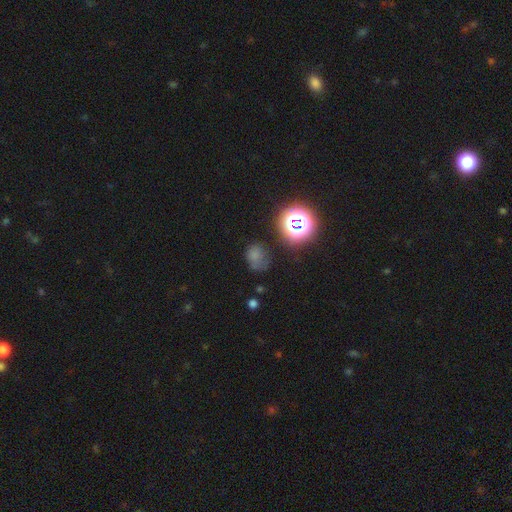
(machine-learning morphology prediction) This is possibly a smooth galaxy (59%). How rounded: possibly round (56%). Merging: possibly none (47%).